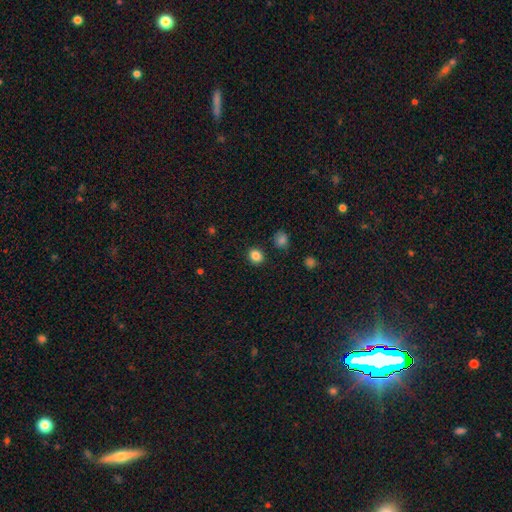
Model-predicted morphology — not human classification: type=smooth (85%); roundness=round (72%); merging=none (89%).